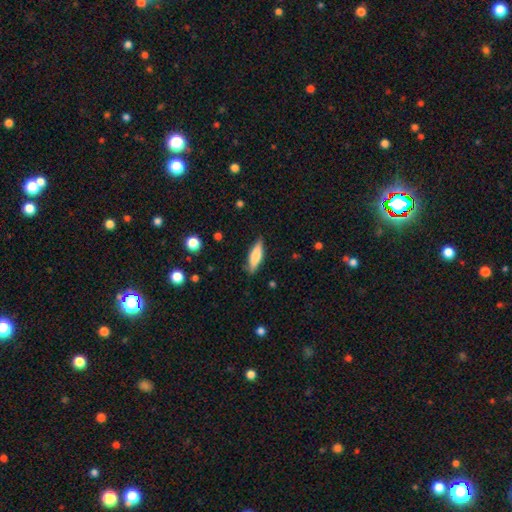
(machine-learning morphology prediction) smooth-or-featured: smooth: 66% | featured or disk: 28% | star or artifact: 6%
  how-rounded: cigar-shaped: 57% | in between: 41% | round: 2%
  merging: none: 86% | minor disturbance: 11% | major disturbance: 2% | merger: 1%